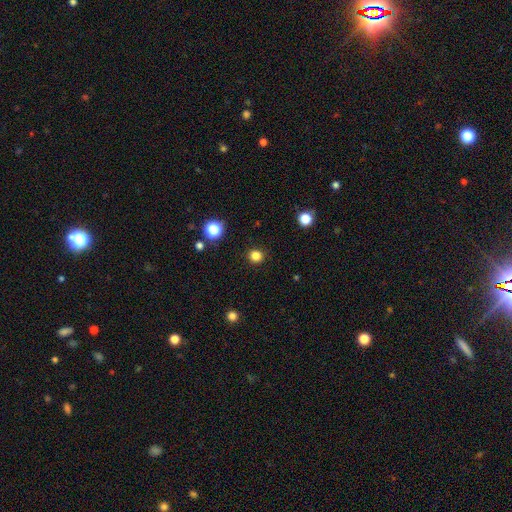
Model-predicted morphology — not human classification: smooth-or-featured: smooth: 83% | star or artifact: 14% | featured or disk: 4%
  how-rounded: round: 92% | in between: 7% | cigar-shaped: 1%
  merging: none: 91% | minor disturbance: 5% | major disturbance: 2% | merger: 1%